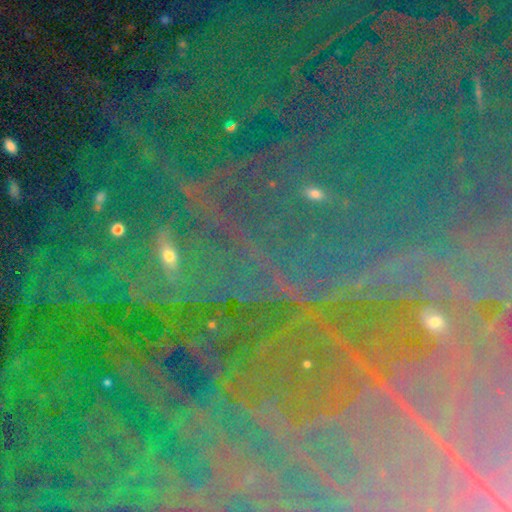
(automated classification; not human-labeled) Smooth or featured? Predicted: star or artifact (p=0.86).